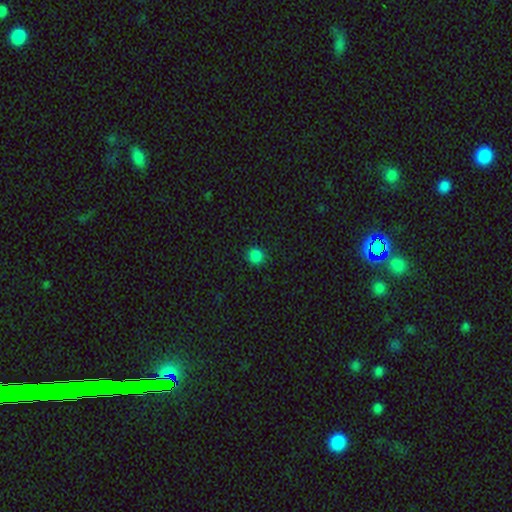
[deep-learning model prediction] A smooth galaxy with no disk features (84%) that is round (90%). Merging: none (90%).